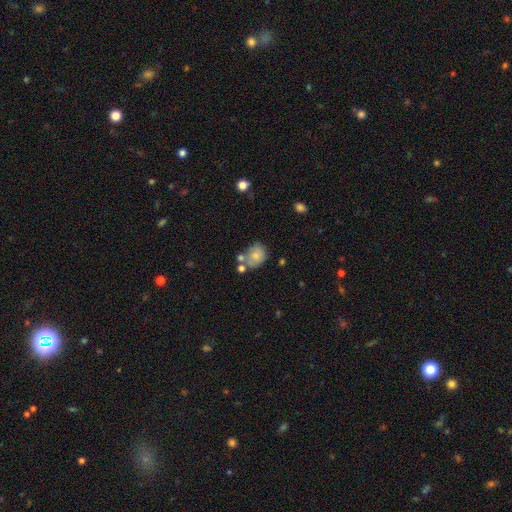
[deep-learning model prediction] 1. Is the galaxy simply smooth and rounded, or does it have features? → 72% smooth, 19% featured or disk, 9% star or artifact.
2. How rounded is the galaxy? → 55% in between, 44% round, 1% cigar-shaped.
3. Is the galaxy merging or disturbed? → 47% none, 22% merger, 22% minor disturbance, 8% major disturbance.